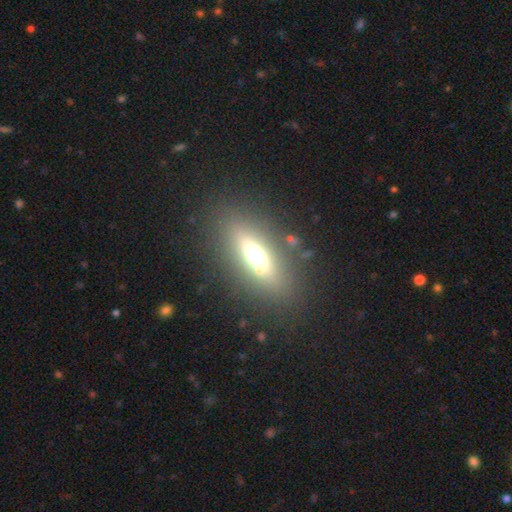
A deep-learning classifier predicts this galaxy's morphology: smooth 45%, featured or disk 42%, star or artifact 13%. Down the decision tree: merging — none (81%).